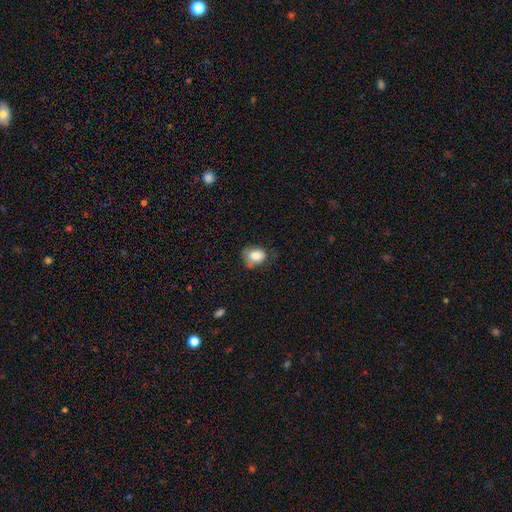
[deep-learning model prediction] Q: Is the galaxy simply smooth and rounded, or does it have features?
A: smooth — 83%.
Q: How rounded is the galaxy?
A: in between — 60%.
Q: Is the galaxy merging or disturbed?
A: none — 47%.